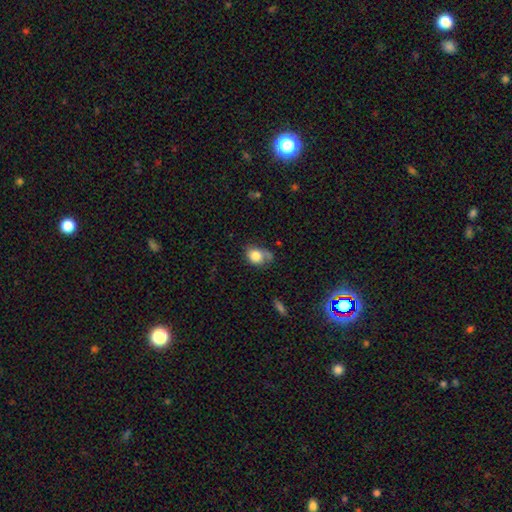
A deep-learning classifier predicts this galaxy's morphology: This is likely a smooth galaxy (80%). How rounded: possibly in between (50%). Merging: possibly none (49%).